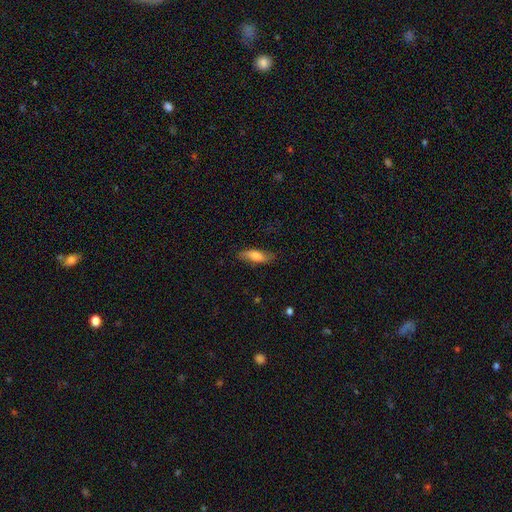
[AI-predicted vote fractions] Morphology: type=smooth (71%); roundness=in between (58%); merging=none (76%).